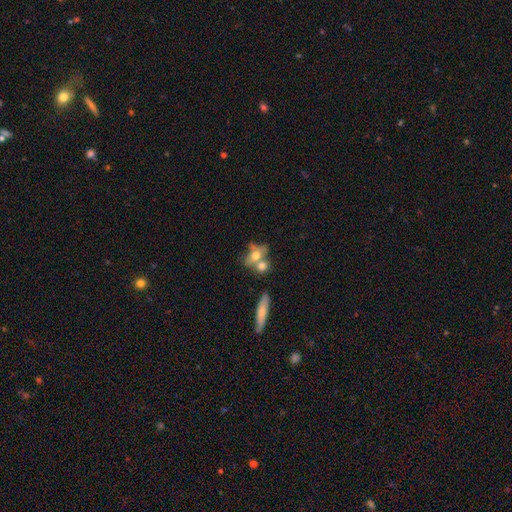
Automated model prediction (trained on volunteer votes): Overall: smooth (55%; featured or disk 34%). How rounded: in between (50%; round 40%). Merging: merger (49%; none 34%).